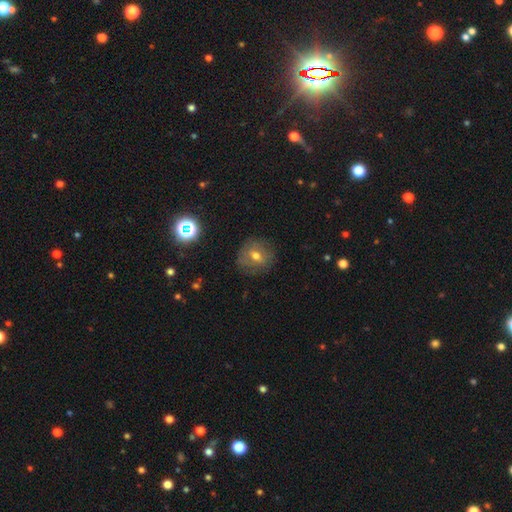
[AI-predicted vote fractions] This appears to be a smooth galaxy with no disk features (53%) that is round (83%). Merging: none (80%).